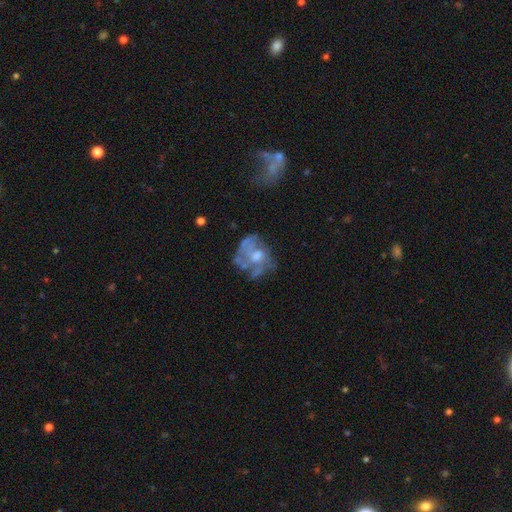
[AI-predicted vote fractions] featured or disk 67%, smooth 22%, star or artifact 12%. Down the decision tree: edge-on disk — no (97%); bar — no (81%); spiral arms — yes (50%, tied with no); bulge size — moderate (60%); merging — none (48%).